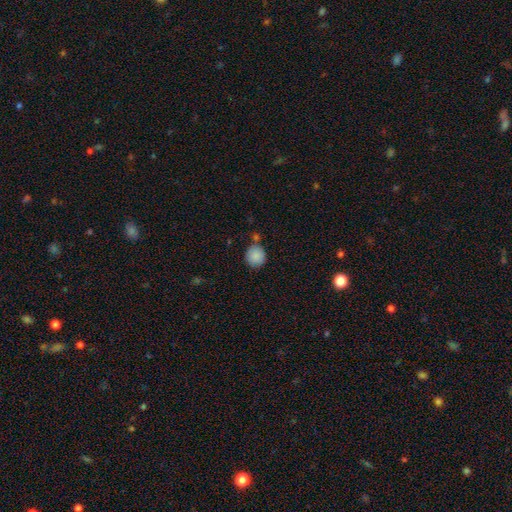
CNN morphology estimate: Q: Smooth or featured?
A: smooth (88%); runner-up: star or artifact (8%)
Q: How rounded?
A: round (85%); runner-up: in between (14%)
Q: Merging?
A: none (70%); runner-up: minor disturbance (16%)